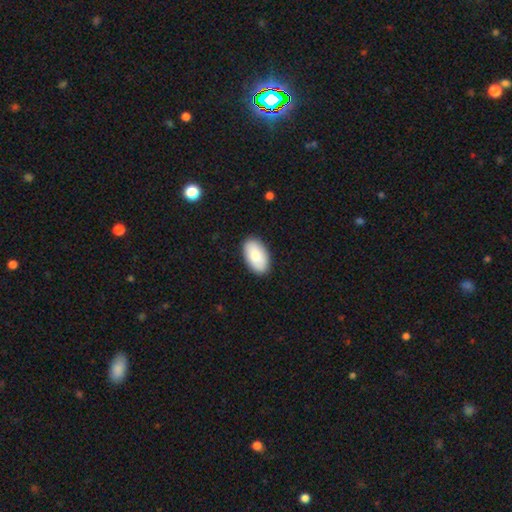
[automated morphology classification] Smooth or featured: smooth — 83% (featured or disk — 11%)
How rounded: in between — 95% (round — 4%)
Merging: none — 88% (minor disturbance — 9%)